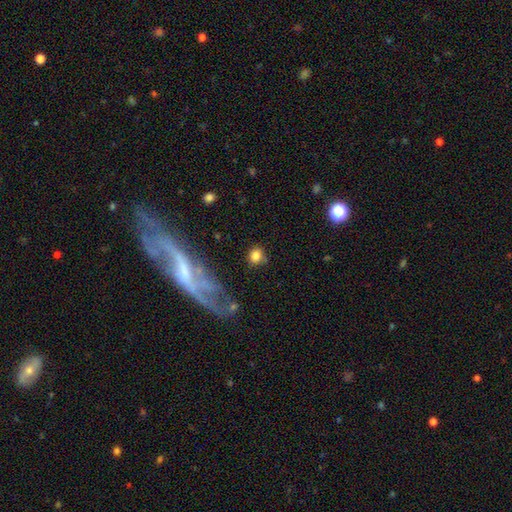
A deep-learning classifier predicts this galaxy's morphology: smooth_or_featured: smooth (p=0.79) [alt: featured or disk p=0.11]
how_rounded: round (p=0.77) [alt: in between p=0.21]
merging: none (p=0.77) [alt: minor disturbance p=0.12]